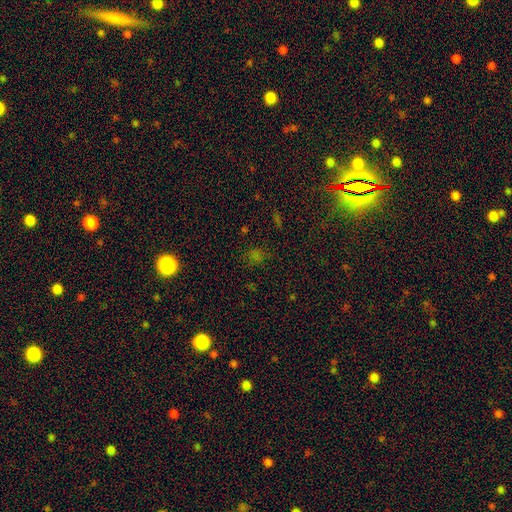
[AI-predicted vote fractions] The model was most divided on "smooth or featured": star or artifact: 57%, smooth: 35%, featured or disk: 8%.